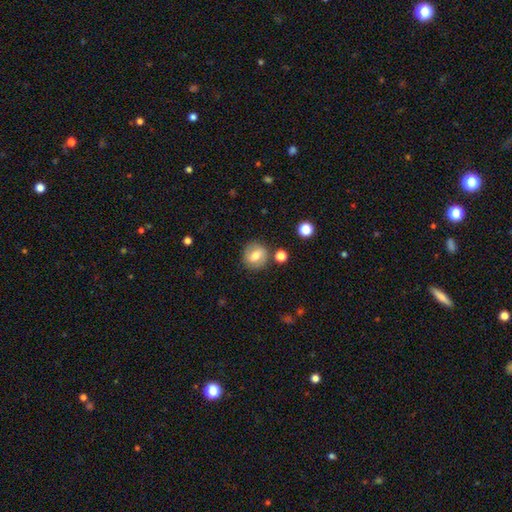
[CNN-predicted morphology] Smooth or featured? smooth (58%)
How rounded? round (81%)
Merging? none (81%)